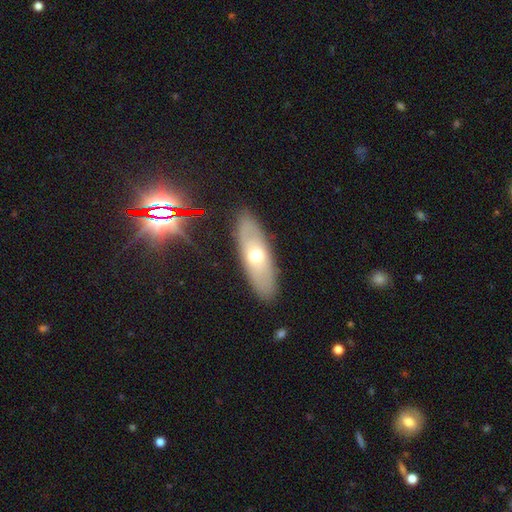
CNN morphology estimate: A smooth galaxy with no disk features (49%). Merging: none (86%).